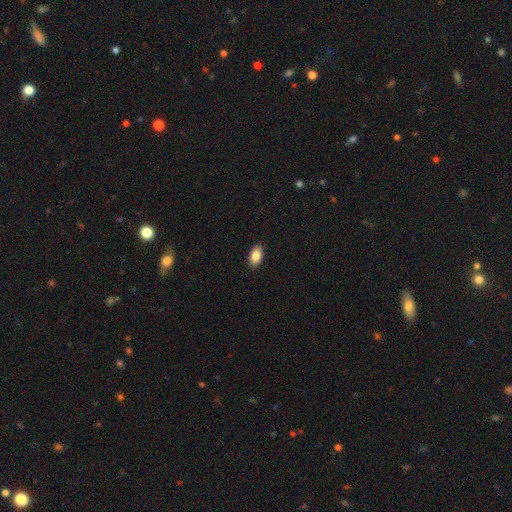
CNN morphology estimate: smooth_or_featured: smooth (p=0.85) [alt: featured or disk p=0.07]
how_rounded: in between (p=0.93) [alt: round p=0.05]
merging: none (p=0.89) [alt: minor disturbance p=0.08]